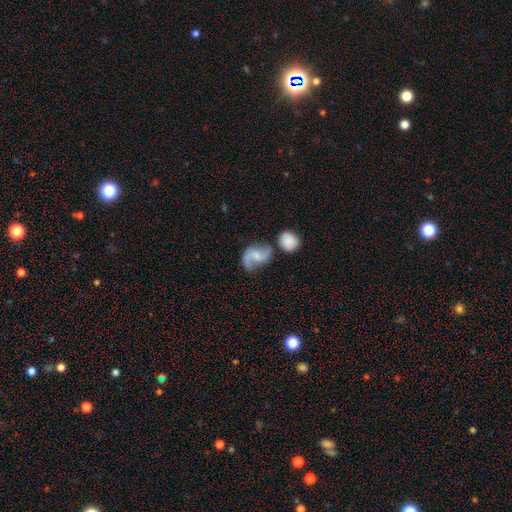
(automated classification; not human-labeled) Smooth or featured? featured or disk (78%)
Edge-on disk? no (98%)
Bar? no (46%)
Spiral arms? yes (95%)
Spiral winding? loose (59%)
Spiral arm count? 2 (89%)
Bulge size? small (44%)
Merging? none (59%)